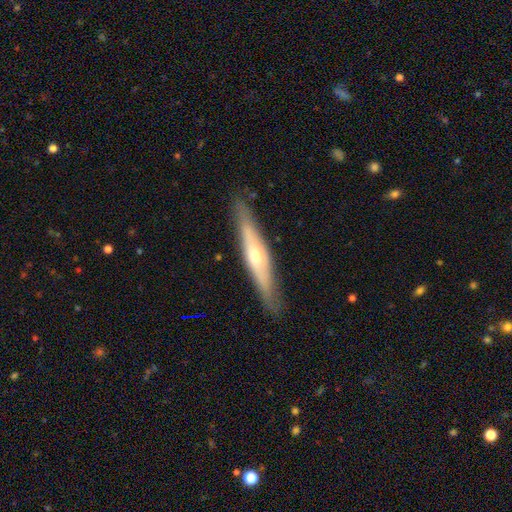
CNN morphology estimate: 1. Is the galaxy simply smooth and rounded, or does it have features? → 58% featured or disk, 36% smooth, 6% star or artifact.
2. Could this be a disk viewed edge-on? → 87% yes, 13% no.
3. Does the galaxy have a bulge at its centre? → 75% rounded, 17% none, 8% boxy.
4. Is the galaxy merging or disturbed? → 86% none, 10% minor disturbance, 2% major disturbance, 1% merger.